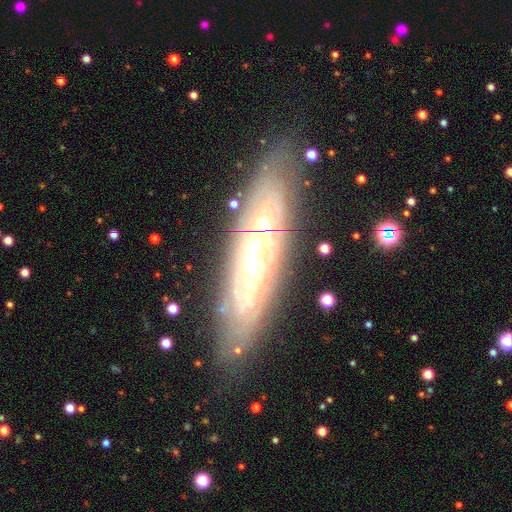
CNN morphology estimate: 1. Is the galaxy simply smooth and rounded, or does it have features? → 75% featured or disk, 16% smooth, 9% star or artifact.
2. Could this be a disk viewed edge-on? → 58% no, 42% yes.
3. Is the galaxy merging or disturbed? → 78% none, 15% minor disturbance, 5% major disturbance, 2% merger.